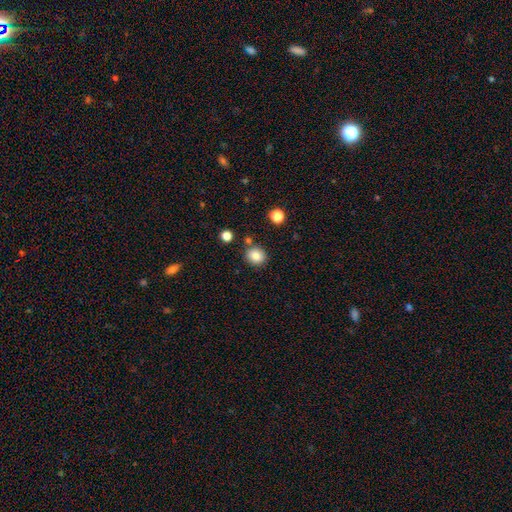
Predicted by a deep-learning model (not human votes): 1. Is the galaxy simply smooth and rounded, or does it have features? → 83% smooth, 11% star or artifact, 6% featured or disk.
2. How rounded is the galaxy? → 80% round, 19% in between, 1% cigar-shaped.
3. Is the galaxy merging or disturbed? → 83% none, 8% minor disturbance, 6% merger, 2% major disturbance.